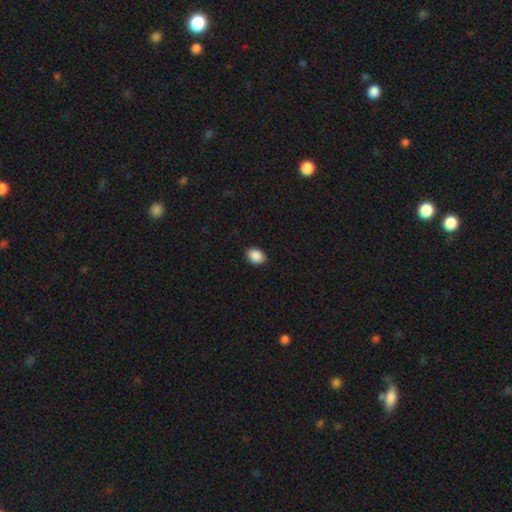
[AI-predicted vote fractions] Morphology: type=smooth (90%); roundness=in between (67%); merging=none (90%).